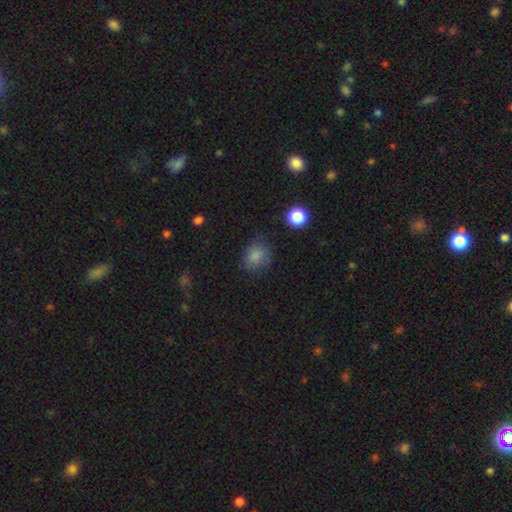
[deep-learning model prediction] Smooth or featured? Predicted: smooth (p=0.80). How rounded? Predicted: round (p=0.72). Merging? Predicted: none (p=0.70).